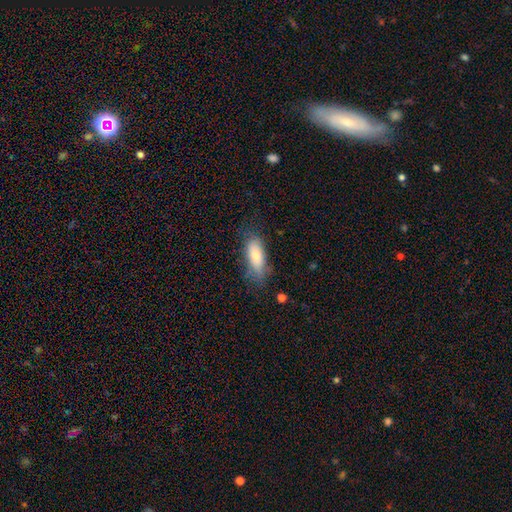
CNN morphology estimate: Overall: smooth (79%). How rounded: in between (75%). Merging: none (63%; minor disturbance 25%).